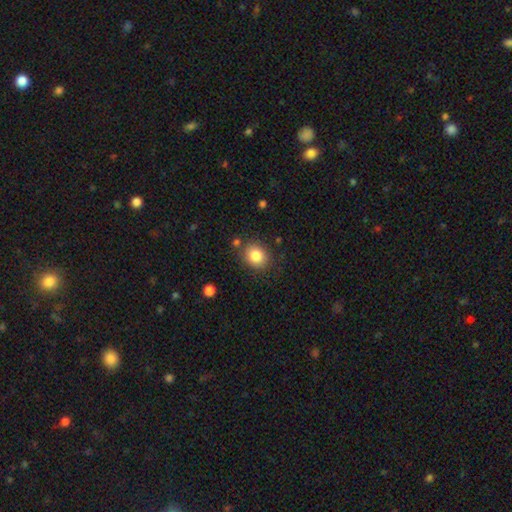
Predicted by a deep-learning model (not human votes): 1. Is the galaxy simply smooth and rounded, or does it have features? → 84% smooth, 9% star or artifact, 7% featured or disk.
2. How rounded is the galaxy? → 62% round, 37% in between, 1% cigar-shaped.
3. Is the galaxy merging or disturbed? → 81% none, 11% minor disturbance, 4% merger, 4% major disturbance.